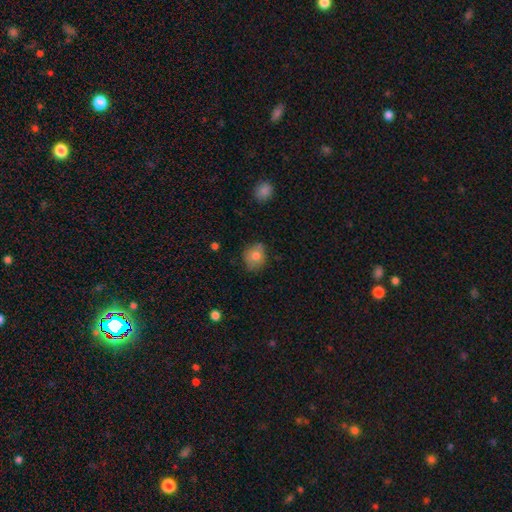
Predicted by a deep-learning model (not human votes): Morphology: type=smooth (76%); roundness=round (66%); merging=none (68%).